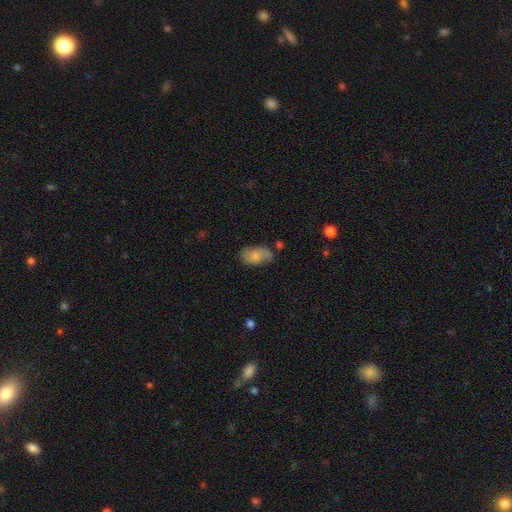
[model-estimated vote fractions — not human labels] Smooth or featured? smooth (77%)
How rounded? in between (92%)
Merging? none (59%)